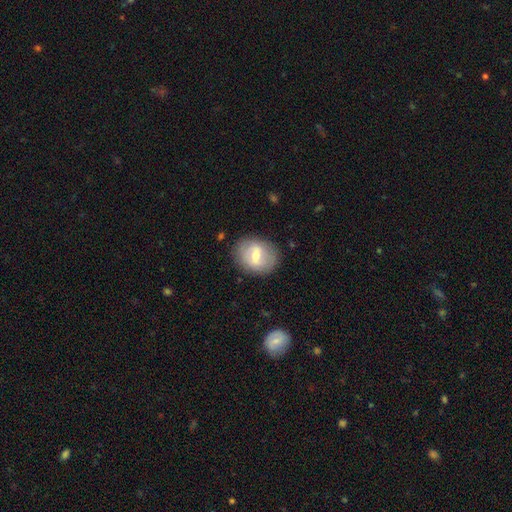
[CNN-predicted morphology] The model was most divided on "how rounded": in between: 50%, round: 49%, cigar-shaped: 1%. More confident: merging — none (81%); smooth or featured — smooth (50%).